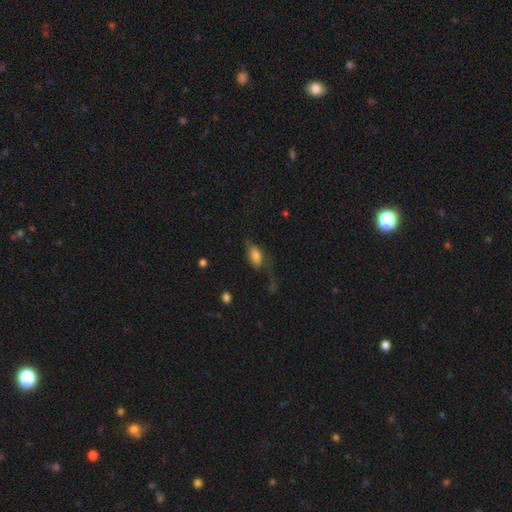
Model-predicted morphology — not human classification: Overall: smooth (72%). How rounded: in between (90%). Merging: major disturbance (39%; none 34%).